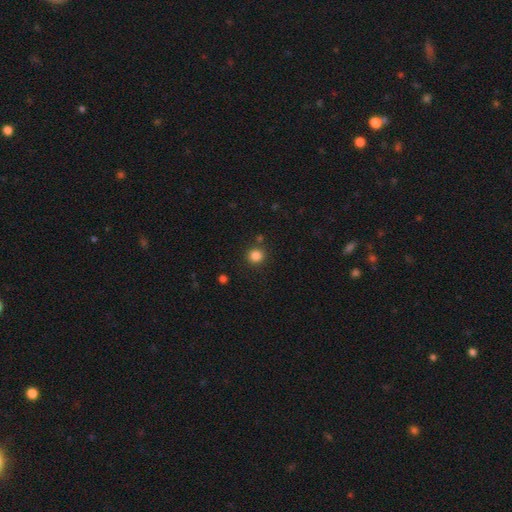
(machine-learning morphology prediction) type=smooth (84%); roundness=round (91%); merging=none (87%).